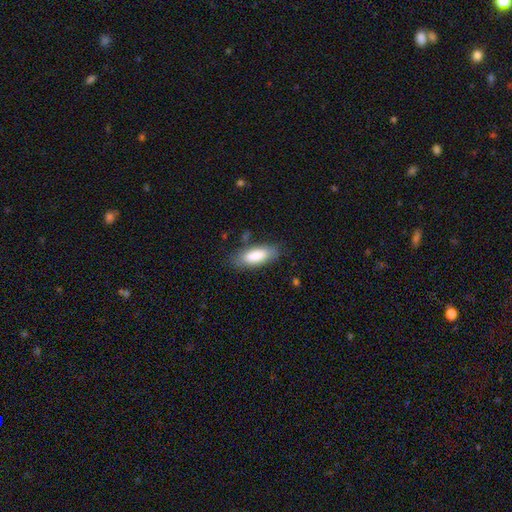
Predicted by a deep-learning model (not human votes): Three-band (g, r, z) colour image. It shows a smooth galaxy with no disk features (85%) that is in between round and cigar-shaped (80%). Merging: none (77%).